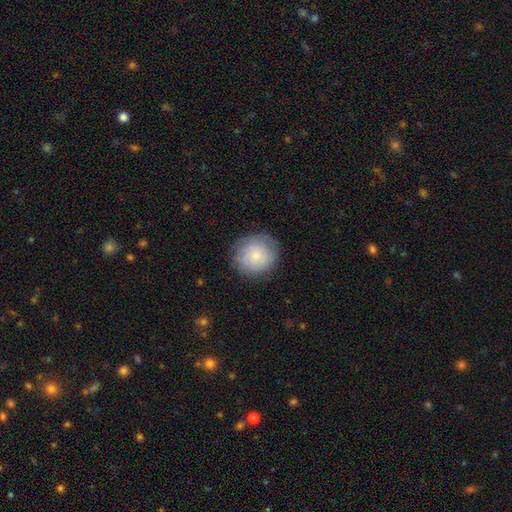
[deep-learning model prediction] Smooth or featured? Predicted: smooth (p=0.59). How rounded? Predicted: round (p=0.89). Merging? Predicted: none (p=0.81).